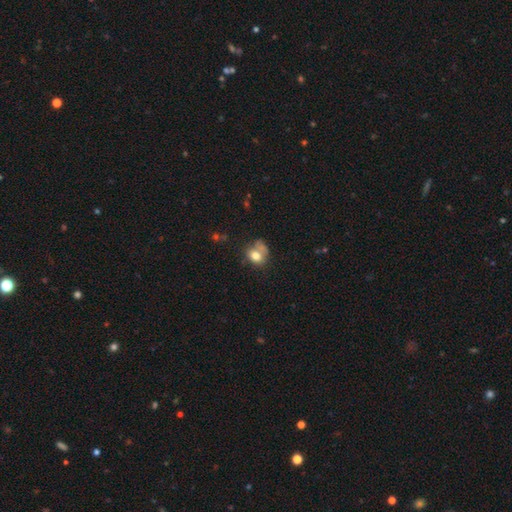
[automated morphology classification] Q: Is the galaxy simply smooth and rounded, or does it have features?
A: smooth — 73%.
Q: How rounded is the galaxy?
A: round — 51%.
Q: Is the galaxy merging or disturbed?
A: none — 39%.